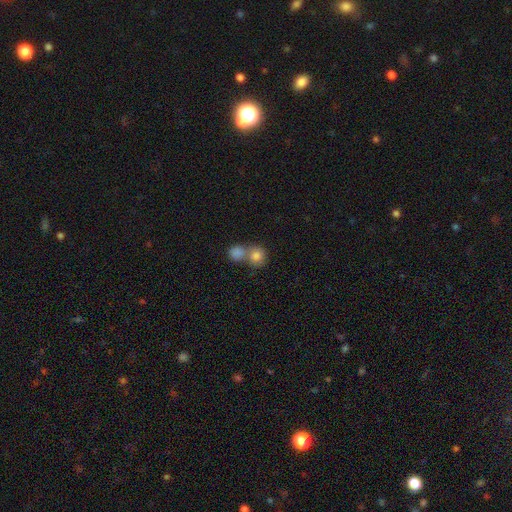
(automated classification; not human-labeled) Morphology: type=smooth (82%); roundness=round (83%); merging=merger (55%).